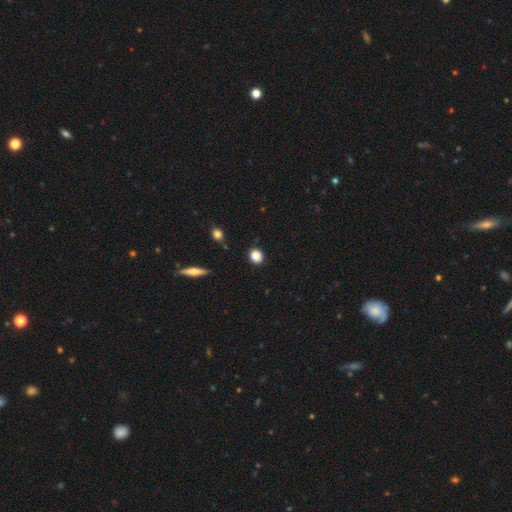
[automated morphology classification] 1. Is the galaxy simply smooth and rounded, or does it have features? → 85% smooth, 10% star or artifact, 5% featured or disk.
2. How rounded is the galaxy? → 71% round, 27% in between, 2% cigar-shaped.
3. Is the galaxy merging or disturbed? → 88% none, 8% minor disturbance, 2% major disturbance, 2% merger.